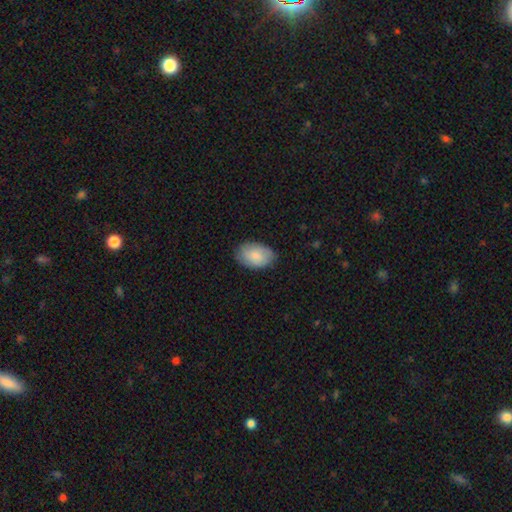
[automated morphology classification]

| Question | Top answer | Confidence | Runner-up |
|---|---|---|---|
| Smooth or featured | smooth | 82% | featured or disk (13%) |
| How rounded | in between | 89% | round (9%) |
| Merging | none | 82% | minor disturbance (15%) |